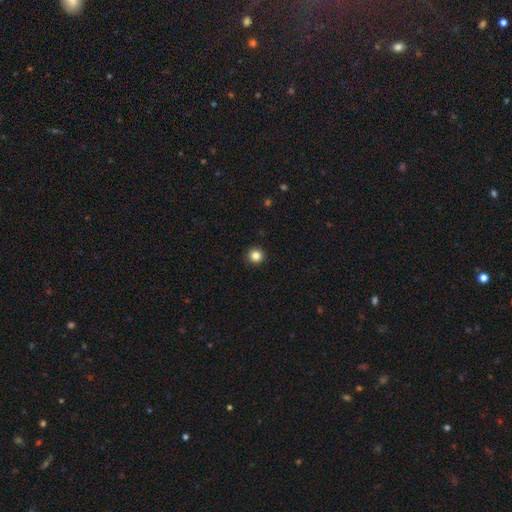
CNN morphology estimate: The model was most divided on "smooth or featured": smooth: 84%, star or artifact: 11%, featured or disk: 5%. More confident: how rounded — round (95%); merging — none (93%).